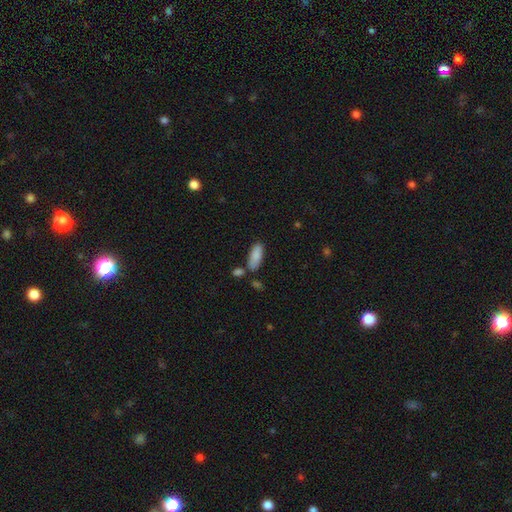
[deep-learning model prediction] A smooth galaxy with no disk features (86%) that is in between round and cigar-shaped (71%).

Vote fractions:
- Smooth or featured? smooth: 86% / featured or disk: 7% / star or artifact: 6%
- How rounded? in between: 71% / cigar-shaped: 27% / round: 2%
- Merging? none: 67% / minor disturbance: 16% / merger: 13% / major disturbance: 4%